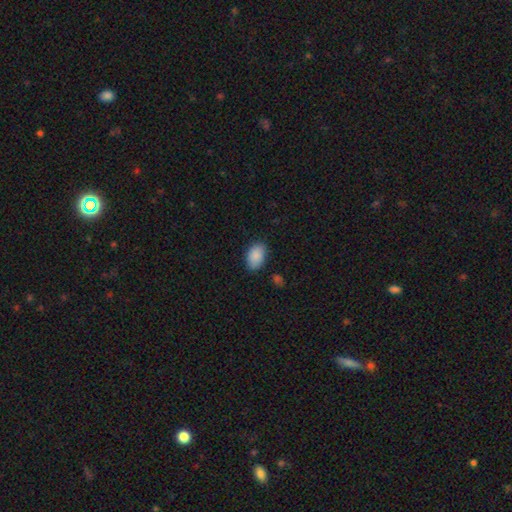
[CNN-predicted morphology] This is clearly a smooth galaxy (88%). How rounded: clearly in between (90%). Merging: clearly none (83%).